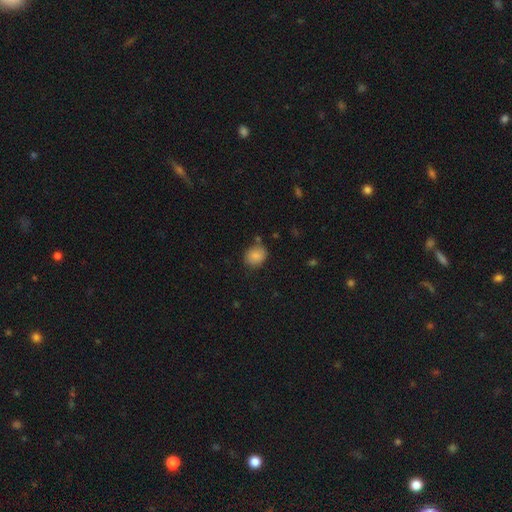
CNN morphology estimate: A smooth galaxy with no disk features (85%) that is round (55%). Merging: none (74%).